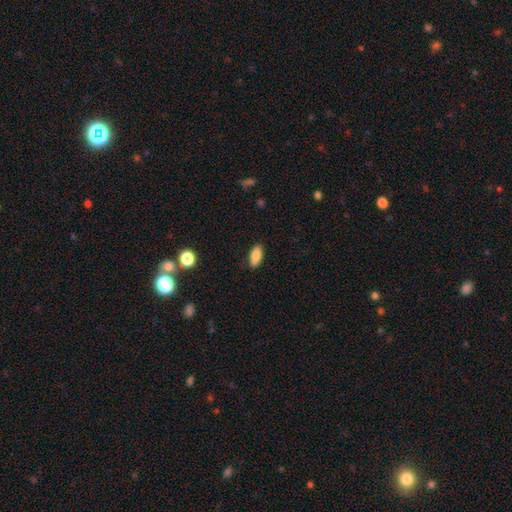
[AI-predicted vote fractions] A smooth galaxy with no disk features (84%) that is in between round and cigar-shaped (87%). Merging: none (87%).